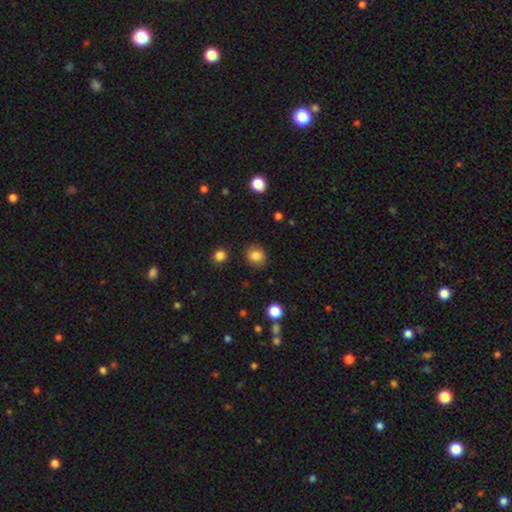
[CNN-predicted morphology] smooth_or_featured: smooth (p=0.83) [alt: star or artifact p=0.10]
how_rounded: round (p=0.75) [alt: in between p=0.24]
merging: none (p=0.83) [alt: minor disturbance p=0.12]